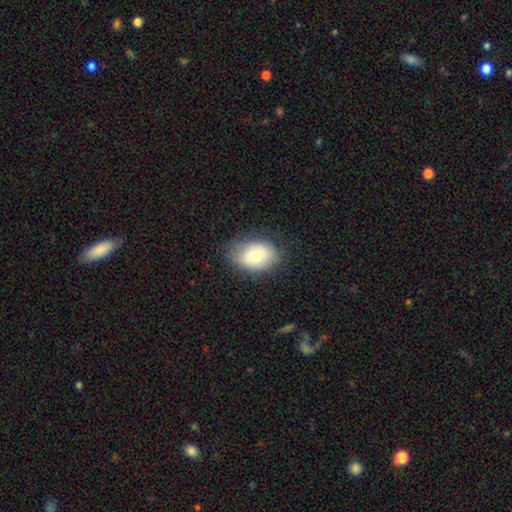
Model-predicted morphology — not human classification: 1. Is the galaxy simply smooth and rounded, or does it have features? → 68% smooth, 24% featured or disk, 8% star or artifact.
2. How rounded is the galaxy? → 78% in between, 21% round, 1% cigar-shaped.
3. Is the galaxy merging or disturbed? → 72% none, 21% minor disturbance, 6% major disturbance, 1% merger.